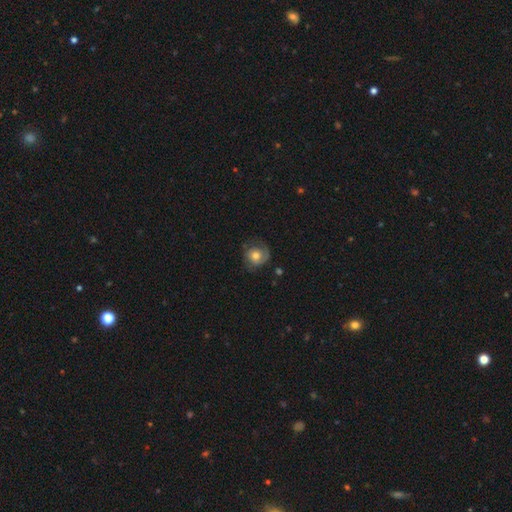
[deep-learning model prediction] Q: Smooth or featured?
A: smooth (52%); runner-up: featured or disk (40%)
Q: How rounded?
A: round (80%); runner-up: in between (19%)
Q: Merging?
A: none (64%); runner-up: minor disturbance (23%)